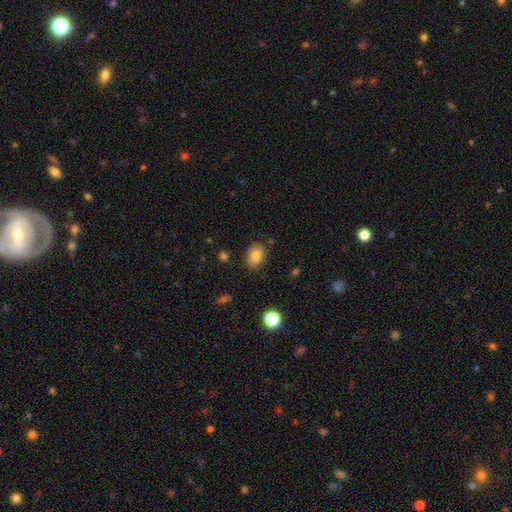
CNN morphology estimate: A smooth galaxy with no disk features (83%) that is in between round and cigar-shaped (74%).

Vote fractions:
- Smooth or featured? smooth: 83% / star or artifact: 9% / featured or disk: 8%
- How rounded? in between: 74% / round: 25% / cigar-shaped: 1%
- Merging? none: 82% / minor disturbance: 13% / major disturbance: 3% / merger: 2%